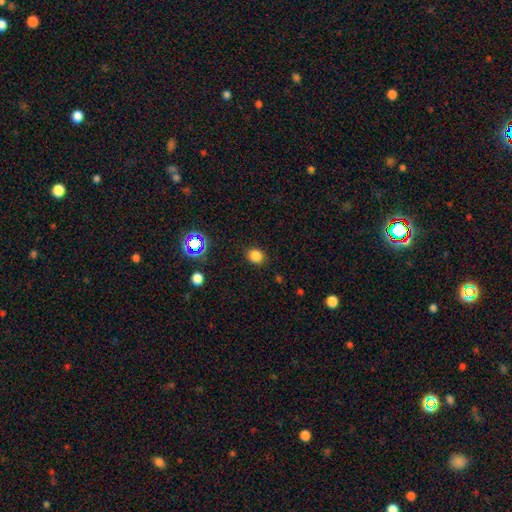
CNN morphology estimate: type=smooth (80%); roundness=round (66%); merging=none (87%).